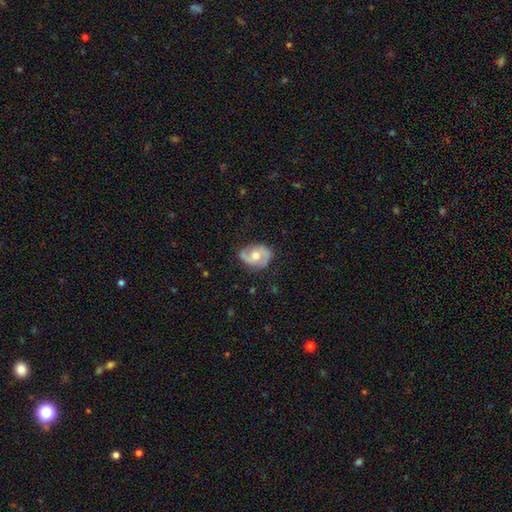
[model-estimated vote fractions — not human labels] smooth-or-featured: featured or disk: 70% | smooth: 24% | star or artifact: 6%
  disk-edge-on: no: 96% | yes: 4%
    bar: no: 61% | weak: 31% | strong: 8%
    has-spiral-arms: yes: 85% | no: 15%
      spiral-winding: medium: 45% | loose: 29% | tight: 26%
      spiral-arm-count: 2: 86% | can't tell: 8% | 1: 3% | 3: 1% | 4: 1% | more than 4: 1%
    bulge-size: moderate: 74% | small: 17% | large: 6% | none: 1% | dominant: 1%
  merging: none: 74% | minor disturbance: 20% | major disturbance: 5% | merger: 1%